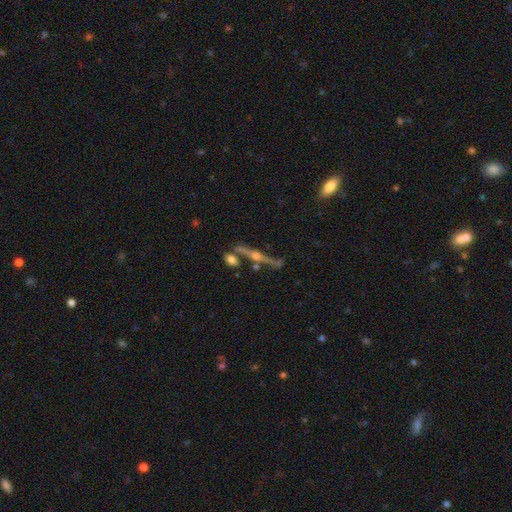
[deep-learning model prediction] A featured or disk galaxy (84%) viewed edge-on (97%) with a rounded central bulge (92%).

Vote fractions:
- Smooth or featured? featured or disk: 84% / smooth: 9% / star or artifact: 8%
- Edge-on disk? yes: 97% / no: 3%
- Edge-on bulge? rounded: 92% / boxy: 4% / none: 4%
- Merging? none: 76% / minor disturbance: 11% / merger: 10% / major disturbance: 4%